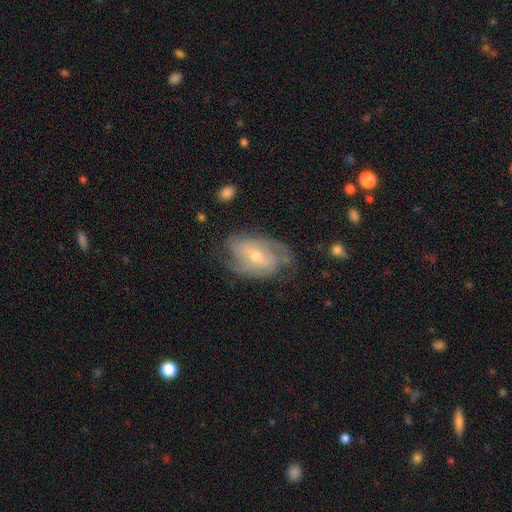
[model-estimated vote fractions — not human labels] featured or disk 83%, smooth 11%, star or artifact 6%. Down the decision tree: edge-on disk — no (96%); bar — weak (46%); spiral arms — yes (93%); spiral arm count — 2 (51%); spiral winding — tight (45%); bulge size — moderate (57%); merging — none (66%).